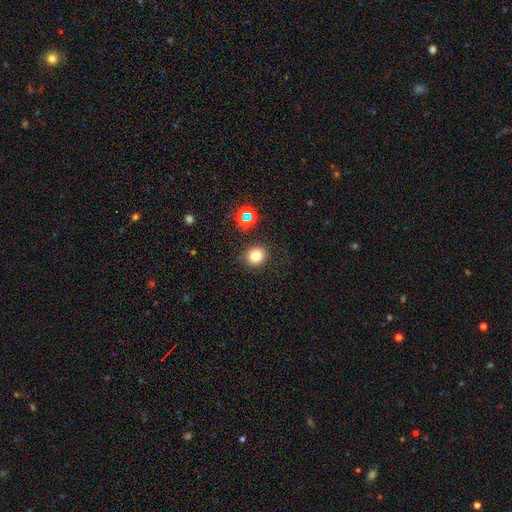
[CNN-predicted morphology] Smooth or featured? Predicted: smooth (p=0.78). How rounded? Predicted: round (p=0.85). Merging? Predicted: none (p=0.87).